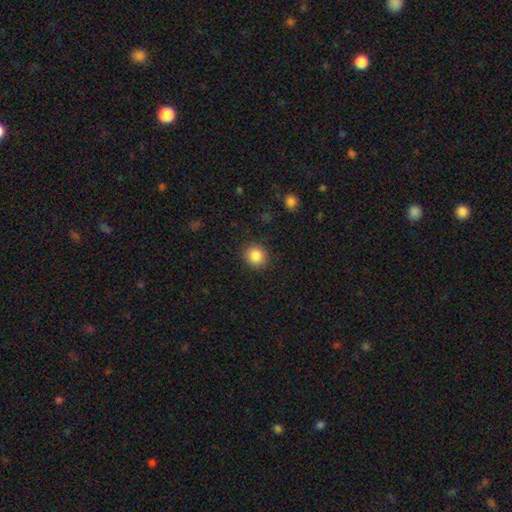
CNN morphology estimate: Q: Smooth or featured?
A: smooth (86%); runner-up: star or artifact (9%)
Q: How rounded?
A: round (84%); runner-up: in between (16%)
Q: Merging?
A: none (89%); runner-up: minor disturbance (7%)